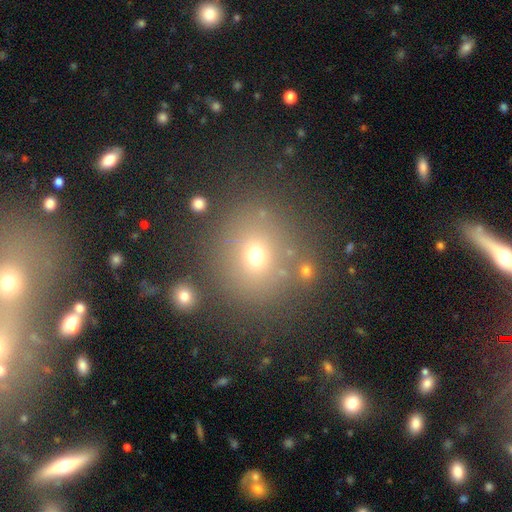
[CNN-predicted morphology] Overall: smooth (66%). How rounded: round (85%). Merging: none (80%).